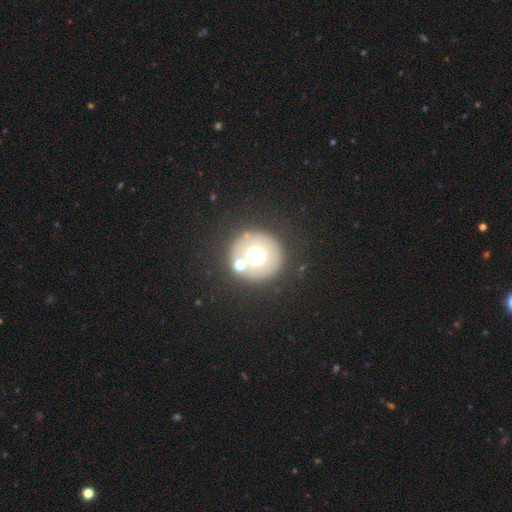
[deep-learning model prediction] This is possibly a smooth galaxy (56%). How rounded: clearly round (91%). Merging: likely none (69%).